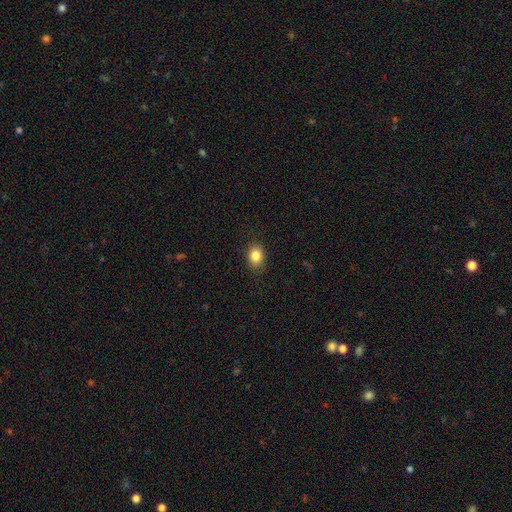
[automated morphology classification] Smooth or featured? smooth (85%)
How rounded? in between (71%)
Merging? none (86%)